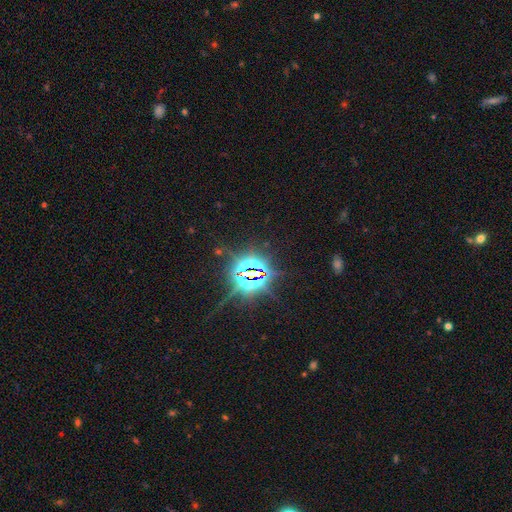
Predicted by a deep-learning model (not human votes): Smooth or featured? Predicted: star or artifact (p=0.85).